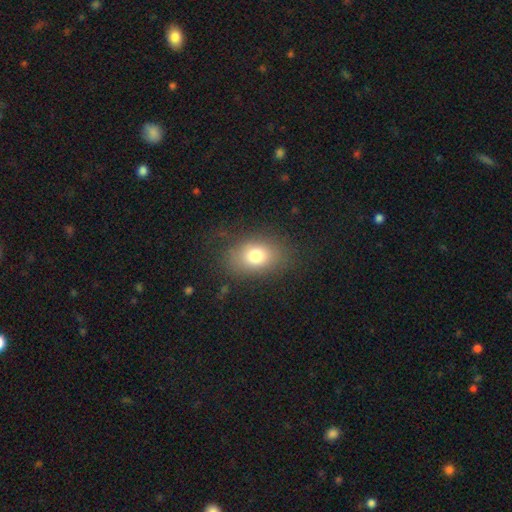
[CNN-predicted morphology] This appears to be a smooth galaxy with no disk features (77%) that is in between round and cigar-shaped (73%). Merging: none (76%).